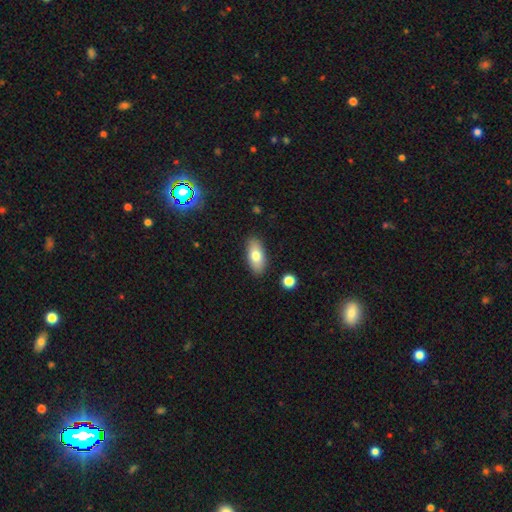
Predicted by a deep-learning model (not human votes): Morphology: type=smooth (76%); roundness=in between (89%); merging=none (88%).